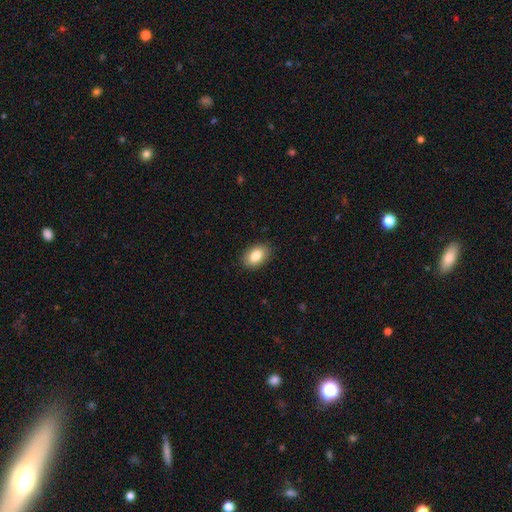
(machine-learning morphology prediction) This is clearly a smooth galaxy (83%). How rounded: clearly in between (89%). Merging: clearly none (88%).